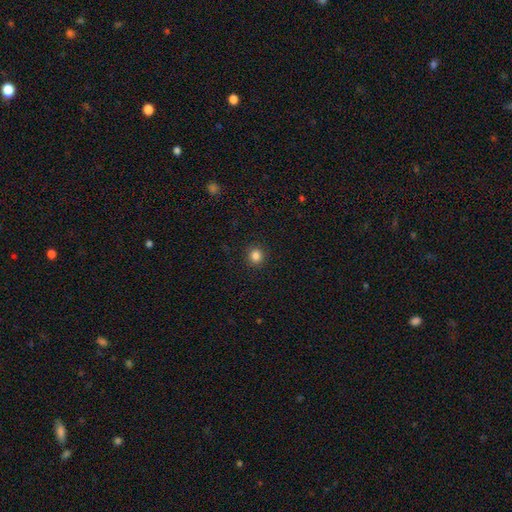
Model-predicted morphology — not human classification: Smooth or featured? smooth (84%)
How rounded? round (91%)
Merging? none (92%)